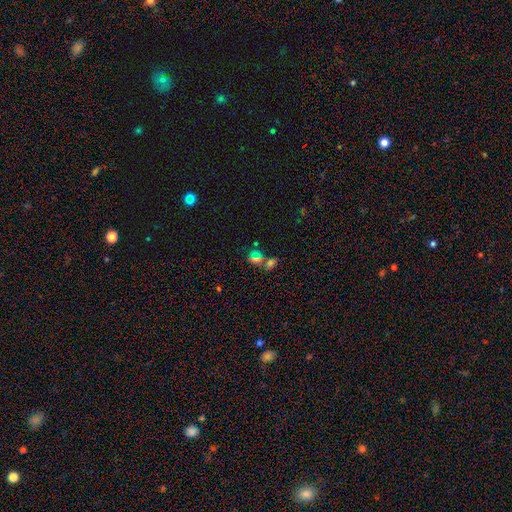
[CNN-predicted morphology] Smooth or featured? smooth (57%)
How rounded? in between (66%)
Merging? merger (46%)